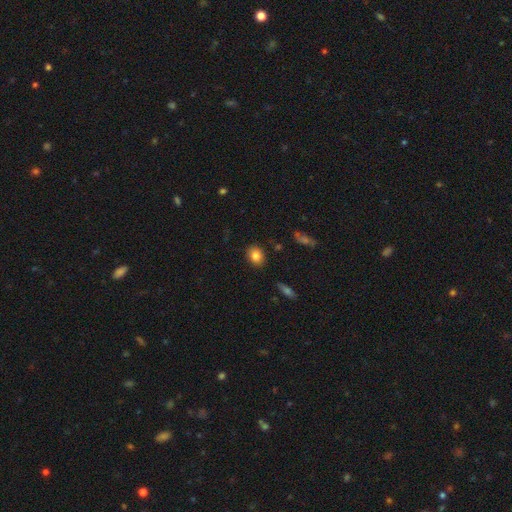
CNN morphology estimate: Smooth or featured?
  - smooth: 83% *
  - star or artifact: 9%
  - featured or disk: 8%
How rounded?
  - in between: 52% *
  - round: 46%
  - cigar-shaped: 1%
Merging?
  - none: 87% *
  - minor disturbance: 9%
  - major disturbance: 2%
  - merger: 2%